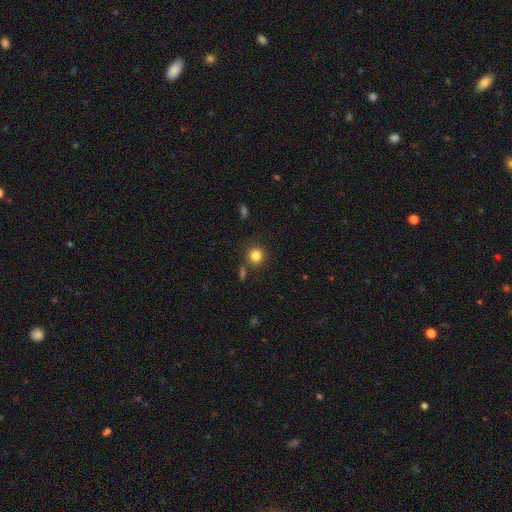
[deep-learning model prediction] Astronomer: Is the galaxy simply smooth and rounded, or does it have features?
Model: smooth — 82%.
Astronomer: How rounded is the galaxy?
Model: round — 92%.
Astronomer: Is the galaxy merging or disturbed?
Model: none — 82%.